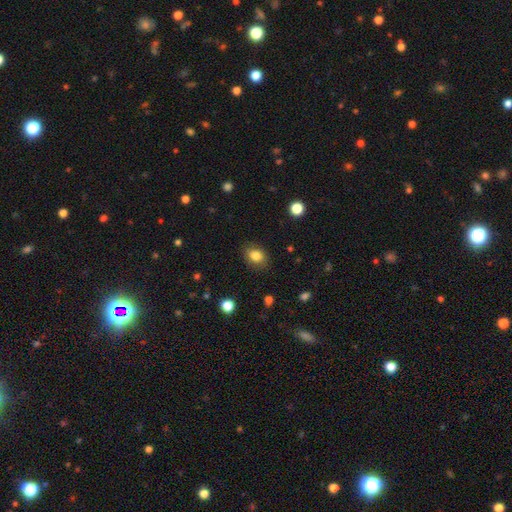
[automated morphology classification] Smooth or featured: smooth — 83% (star or artifact — 10%)
How rounded: in between — 58% (round — 41%)
Merging: none — 85% (minor disturbance — 11%)